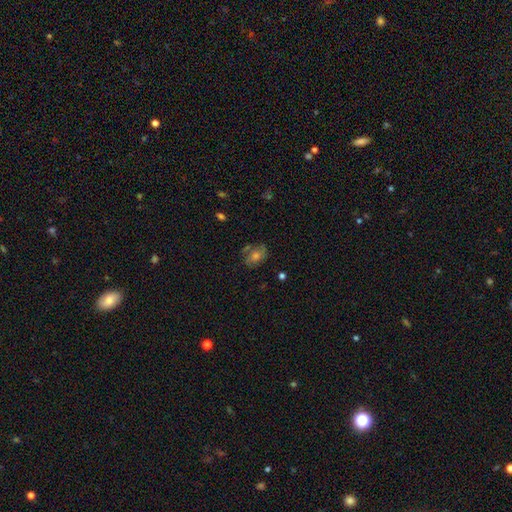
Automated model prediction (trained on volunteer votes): smooth_or_featured: featured or disk (p=0.48) [alt: smooth p=0.35]
merging: none (p=0.67) [alt: minor disturbance p=0.20]